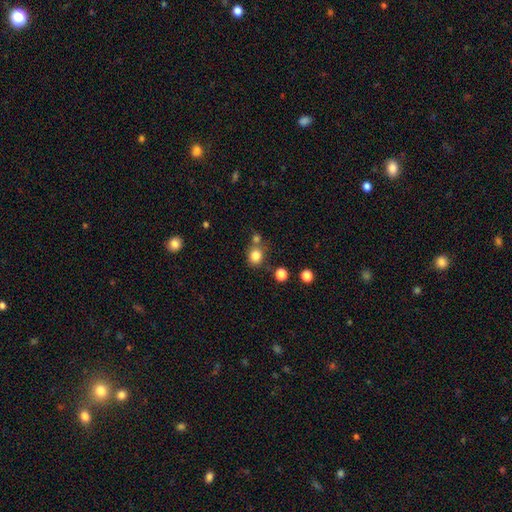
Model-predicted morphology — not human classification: Smooth or featured? Predicted: smooth (p=0.82). How rounded? Predicted: round (p=0.79). Merging? Predicted: none (p=0.68).